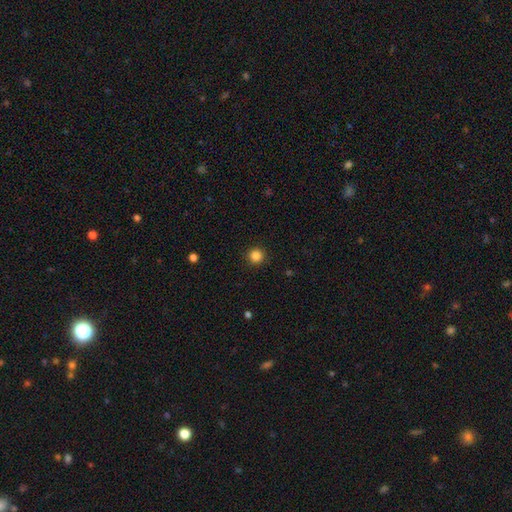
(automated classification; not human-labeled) Smooth or featured? Predicted: smooth (p=0.85). How rounded? Predicted: round (p=0.95). Merging? Predicted: none (p=0.92).